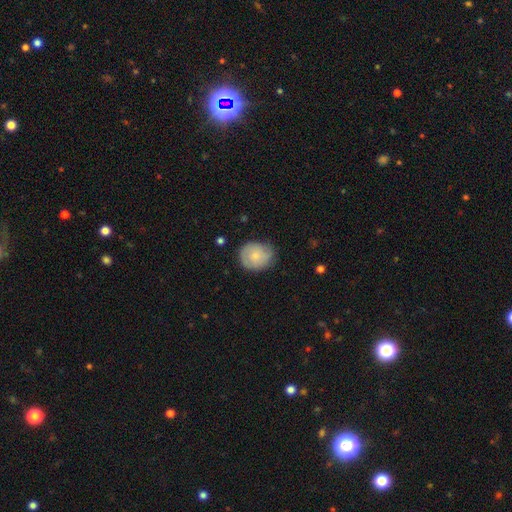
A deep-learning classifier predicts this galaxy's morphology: A smooth galaxy with no disk features (63%) that is round (72%).

Vote fractions:
- Smooth or featured? smooth: 63% / featured or disk: 30% / star or artifact: 6%
- How rounded? round: 72% / in between: 27% / cigar-shaped: 1%
- Merging? none: 70% / minor disturbance: 23% / major disturbance: 5% / merger: 1%